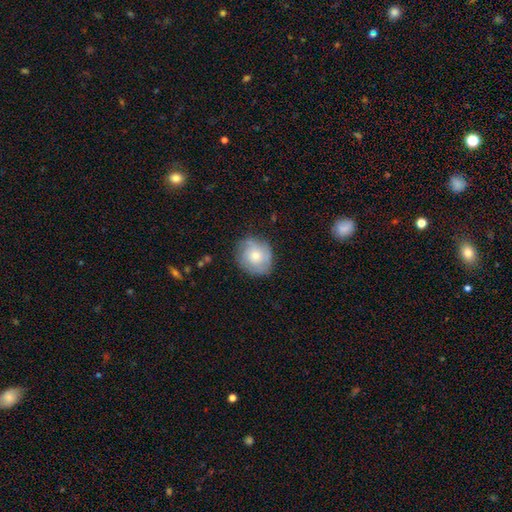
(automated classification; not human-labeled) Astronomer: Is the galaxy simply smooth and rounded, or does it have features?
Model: smooth — 53% (runner-up: featured or disk, 40%).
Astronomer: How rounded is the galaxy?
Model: round — 80%.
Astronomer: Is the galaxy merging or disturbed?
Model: none — 74%.